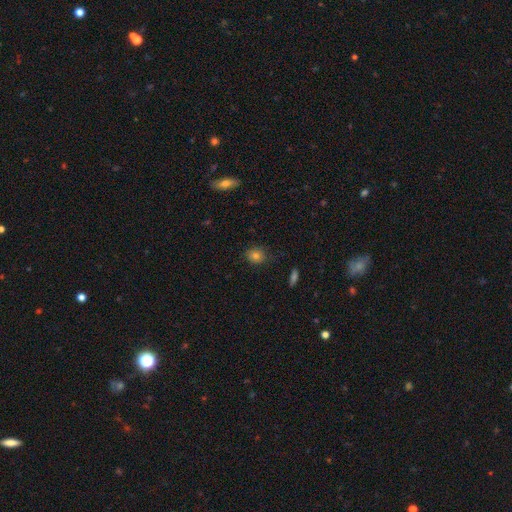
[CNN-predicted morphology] Smooth or featured: smooth — 78% (star or artifact — 13%)
How rounded: round — 74% (in between — 25%)
Merging: none — 80% (minor disturbance — 15%)